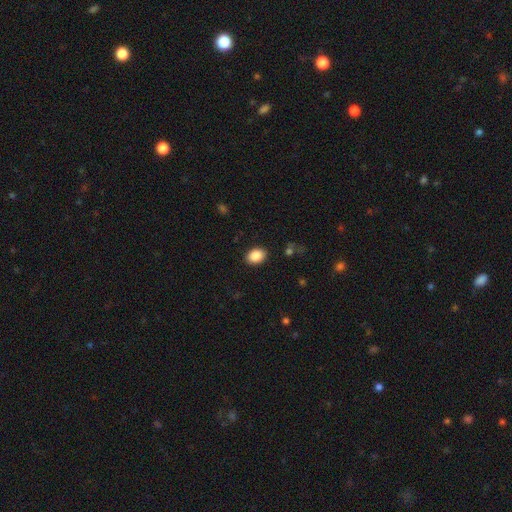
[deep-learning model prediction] Morphology: type=smooth (88%); roundness=in between (77%); merging=none (89%).